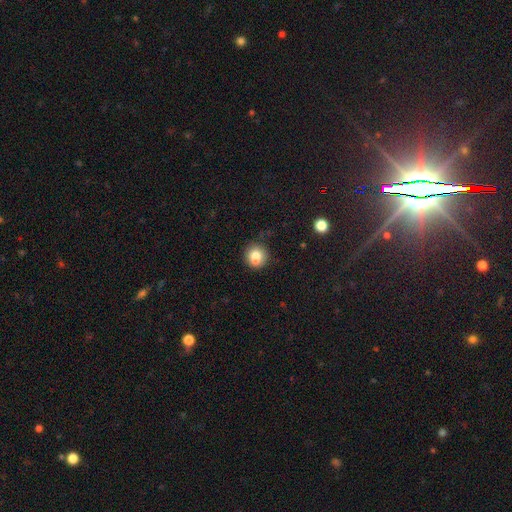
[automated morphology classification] Smooth or featured?
  - smooth: 77% *
  - featured or disk: 13%
  - star or artifact: 10%
How rounded?
  - round: 87% *
  - in between: 13%
  - cigar-shaped: 1%
Merging?
  - none: 63% *
  - merger: 20%
  - minor disturbance: 13%
  - major disturbance: 3%